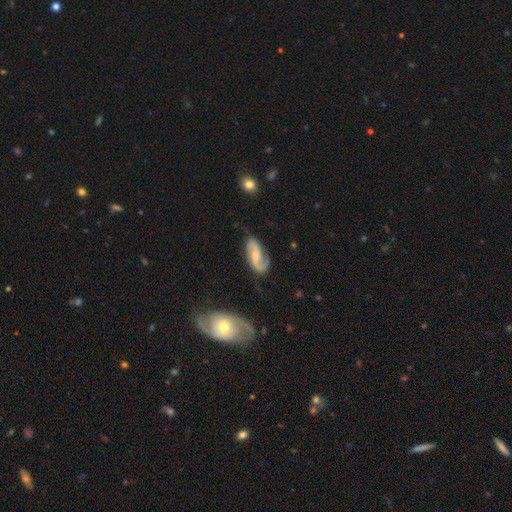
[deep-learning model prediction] Morphology: type=featured or disk (80%); edge-on=no (96%); bar=weak (43%); spiral arms=yes (95%); winding=medium (44%); arm count=2 (87%); bulge=moderate (47%); merging=none (73%).